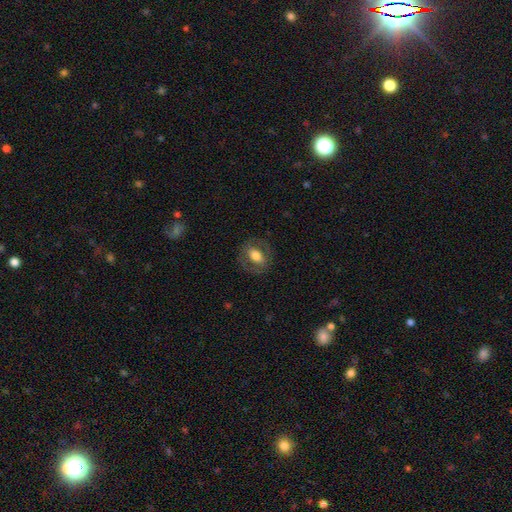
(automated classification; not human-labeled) Q: Smooth or featured?
A: smooth (57%); runner-up: featured or disk (35%)
Q: How rounded?
A: in between (68%); runner-up: round (30%)
Q: Merging?
A: none (78%); runner-up: minor disturbance (13%)